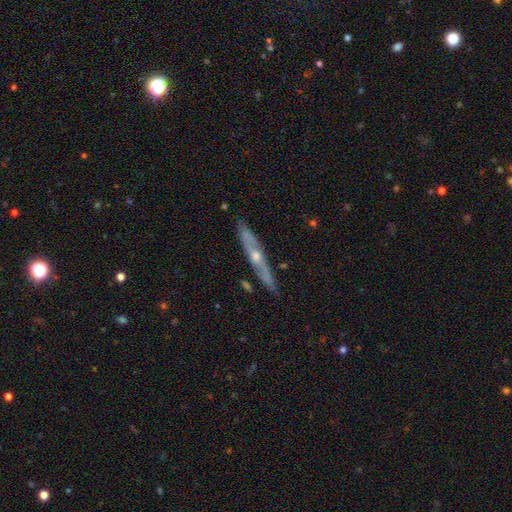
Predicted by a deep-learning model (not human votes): Q: Smooth or featured?
A: featured or disk (71%); runner-up: smooth (23%)
Q: Edge-on disk?
A: yes (84%); runner-up: no (16%)
Q: Edge-on bulge?
A: rounded (81%); runner-up: none (16%)
Q: Merging?
A: none (85%); runner-up: minor disturbance (11%)